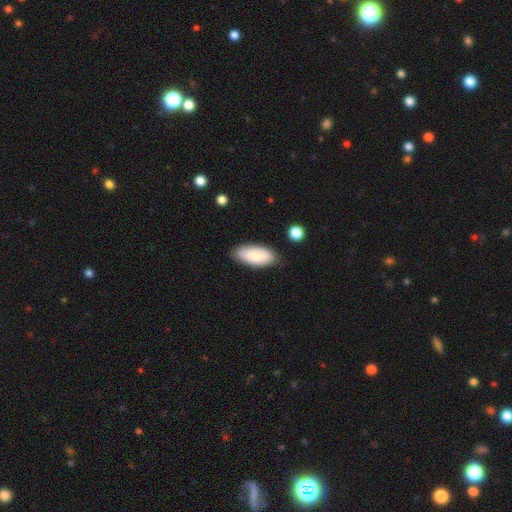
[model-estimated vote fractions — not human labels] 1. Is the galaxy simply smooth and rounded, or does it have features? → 81% smooth, 13% featured or disk, 6% star or artifact.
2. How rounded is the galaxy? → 86% in between, 12% cigar-shaped, 2% round.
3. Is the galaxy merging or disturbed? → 82% none, 13% minor disturbance, 3% major disturbance, 2% merger.